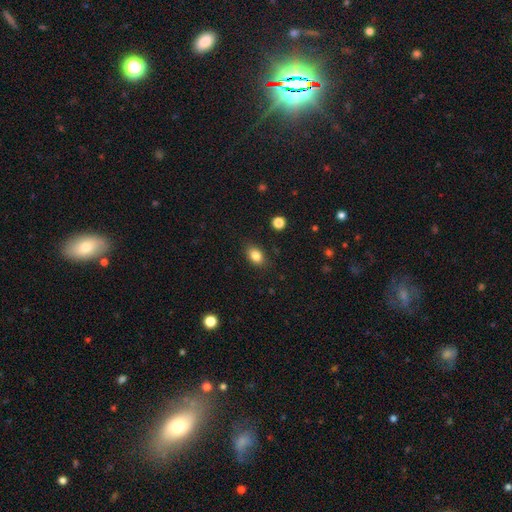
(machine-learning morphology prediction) type=smooth (84%); roundness=in between (76%); merging=none (85%).